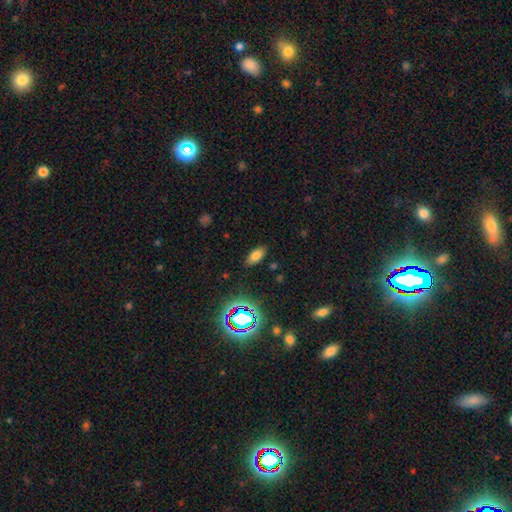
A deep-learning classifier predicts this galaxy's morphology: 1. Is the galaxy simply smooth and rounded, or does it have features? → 74% smooth, 17% star or artifact, 9% featured or disk.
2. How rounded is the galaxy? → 90% in between, 6% cigar-shaped, 5% round.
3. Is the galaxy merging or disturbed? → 86% none, 10% minor disturbance, 3% major disturbance, 2% merger.